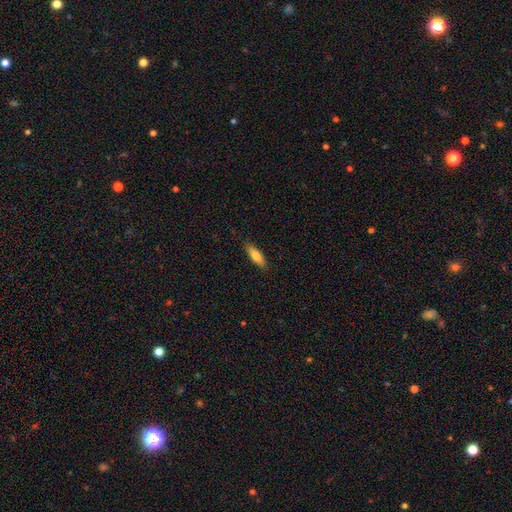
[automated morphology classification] The model was most divided on "how rounded": cigar-shaped: 51%, in between: 47%, round: 2%. More confident: merging — none (87%); smooth or featured — smooth (75%).